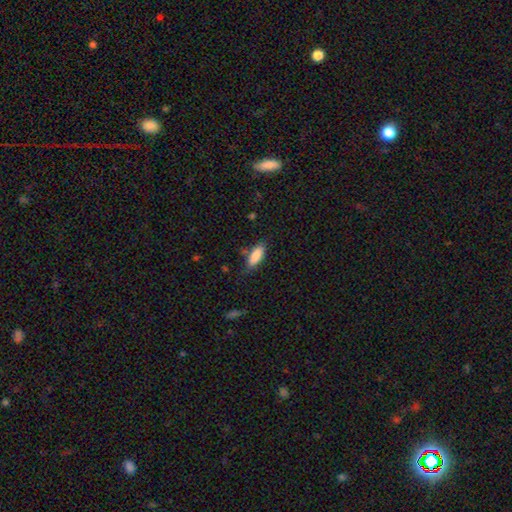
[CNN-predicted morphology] smooth_or_featured: smooth (p=0.87) [alt: featured or disk p=0.07]
how_rounded: in between (p=0.76) [alt: cigar-shaped p=0.22]
merging: none (p=0.71) [alt: minor disturbance p=0.21]